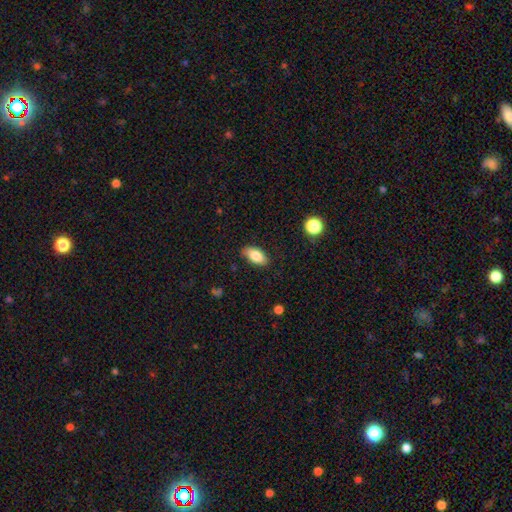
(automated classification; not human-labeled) The model was most divided on "merging": none: 84%, minor disturbance: 12%, major disturbance: 3%, merger: 1%. More confident: how rounded — in between (92%); smooth or featured — smooth (82%).